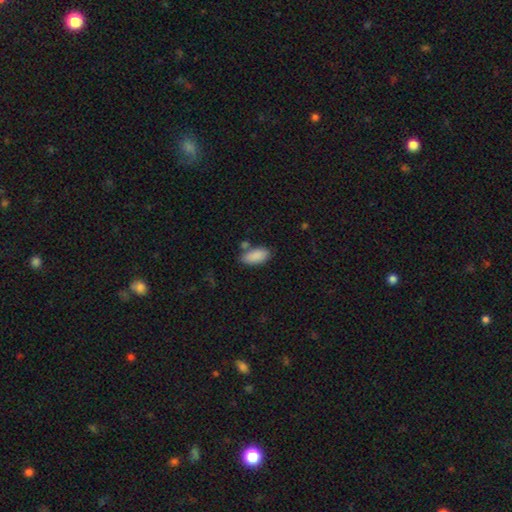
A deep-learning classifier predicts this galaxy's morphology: Smooth or featured: smooth — 89% (star or artifact — 7%)
How rounded: in between — 91% (cigar-shaped — 6%)
Merging: none — 69% (minor disturbance — 15%)